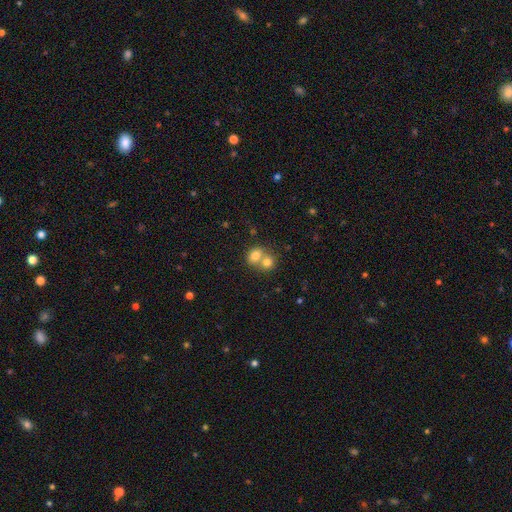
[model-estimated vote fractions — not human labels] This appears to be a smooth galaxy with no disk features (76%) that is round (54%). Merging: merger (64%).